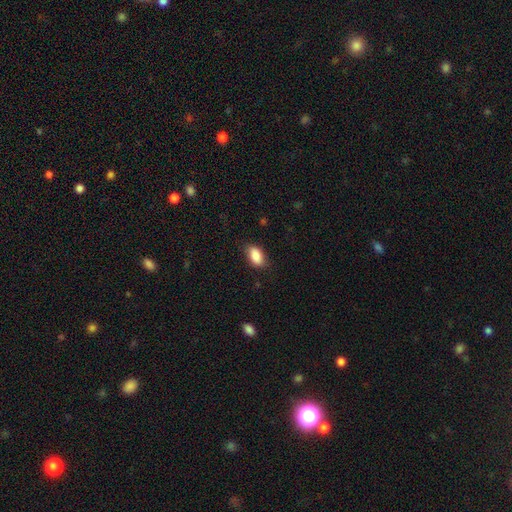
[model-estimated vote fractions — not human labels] A smooth galaxy with no disk features (87%) that is in between round and cigar-shaped (90%). Merging: none (79%).